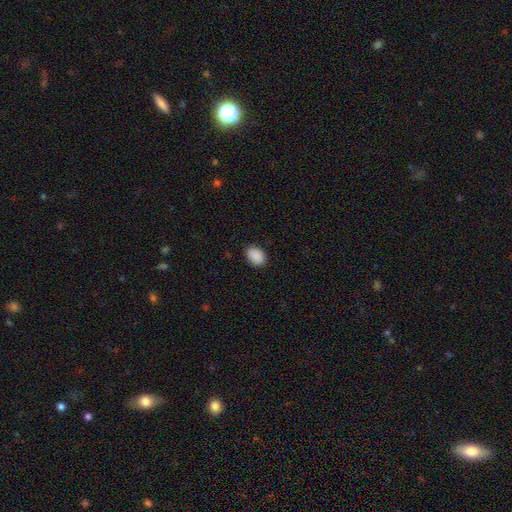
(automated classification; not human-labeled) Smooth or featured: smooth — 90% (star or artifact — 8%)
How rounded: in between — 76% (round — 23%)
Merging: none — 86% (minor disturbance — 11%)